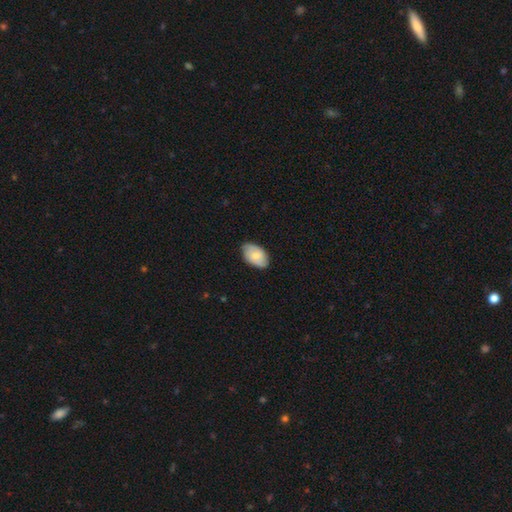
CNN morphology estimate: A smooth galaxy with no disk features (67%) that is in between round and cigar-shaped (92%).

Vote fractions:
- Smooth or featured? smooth: 67% / featured or disk: 27% / star or artifact: 6%
- How rounded? in between: 92% / round: 7% / cigar-shaped: 1%
- Merging? none: 78% / minor disturbance: 19% / major disturbance: 3% / merger: 1%